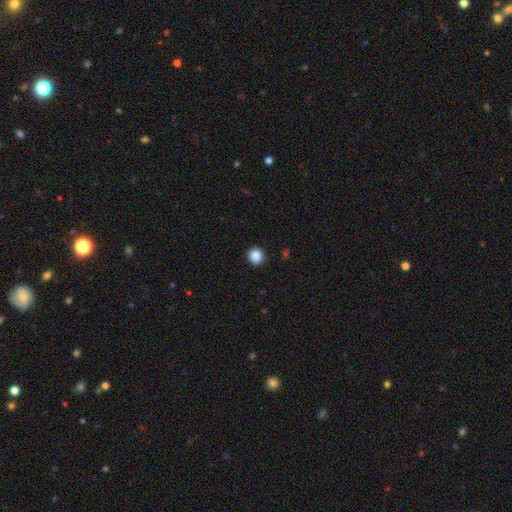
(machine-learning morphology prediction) Smooth or featured: smooth — 88% (star or artifact — 10%)
How rounded: round — 91% (in between — 8%)
Merging: none — 92% (minor disturbance — 5%)